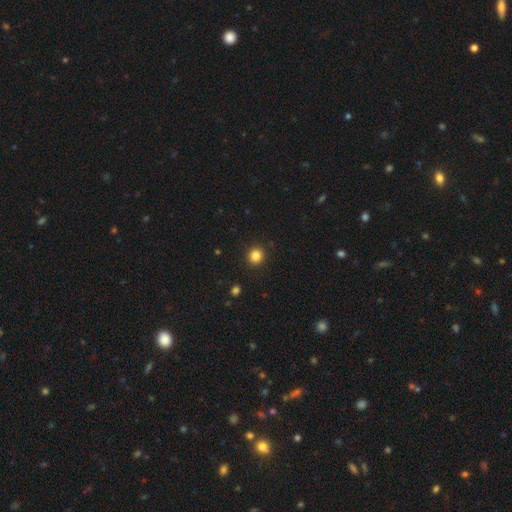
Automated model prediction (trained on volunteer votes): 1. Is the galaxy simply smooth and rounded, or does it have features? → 84% smooth, 12% star or artifact, 4% featured or disk.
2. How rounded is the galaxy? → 92% round, 7% in between, 1% cigar-shaped.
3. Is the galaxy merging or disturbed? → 92% none, 5% minor disturbance, 2% major disturbance, 1% merger.